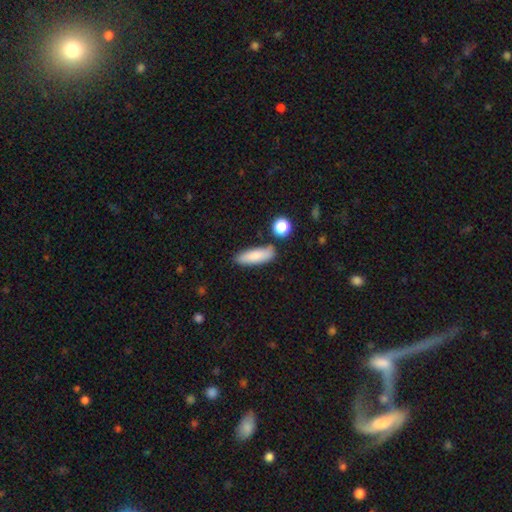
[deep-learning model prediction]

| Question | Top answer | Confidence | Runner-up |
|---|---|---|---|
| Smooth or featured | smooth | 84% | featured or disk (9%) |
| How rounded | in between | 55% | cigar-shaped (43%) |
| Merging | none | 75% | minor disturbance (15%) |